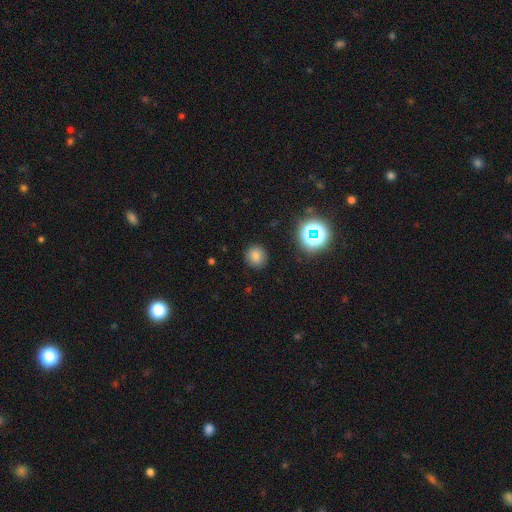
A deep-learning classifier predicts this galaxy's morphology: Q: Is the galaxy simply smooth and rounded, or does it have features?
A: smooth — 76%.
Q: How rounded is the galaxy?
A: round — 89%.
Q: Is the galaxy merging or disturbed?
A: none — 90%.